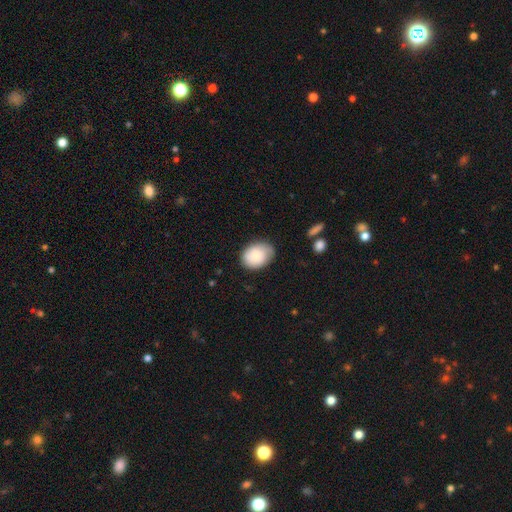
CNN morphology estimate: The model was most divided on "how rounded": in between: 71%, round: 28%, cigar-shaped: 1%. More confident: smooth or featured — smooth (80%); merging — none (76%).